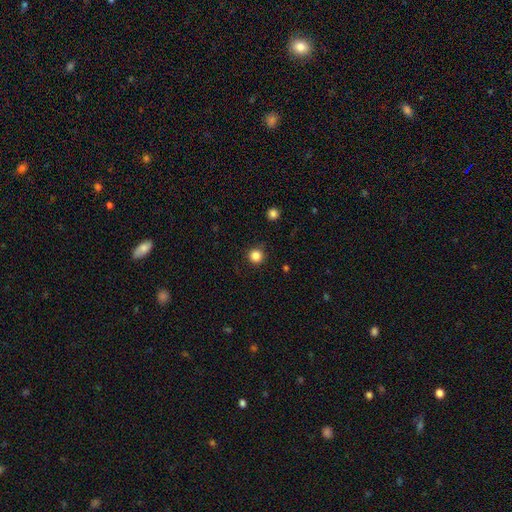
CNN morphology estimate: Smooth or featured?
  - smooth: 85% *
  - star or artifact: 12%
  - featured or disk: 4%
How rounded?
  - round: 95% *
  - in between: 4%
  - cigar-shaped: 1%
Merging?
  - none: 88% *
  - minor disturbance: 8%
  - major disturbance: 2%
  - merger: 1%